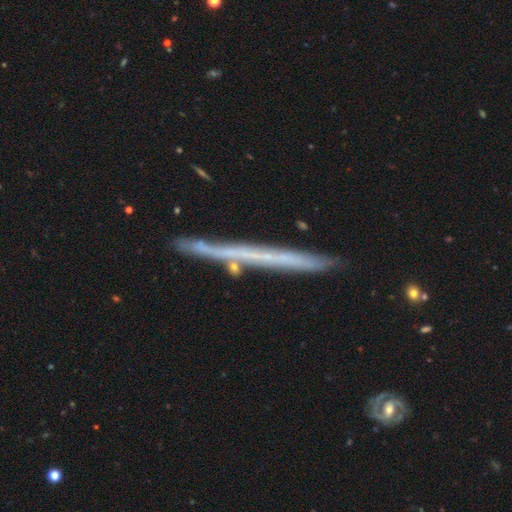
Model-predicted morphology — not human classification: Smooth or featured? featured or disk (60%)
Edge-on disk? yes (95%)
Edge-on bulge? none (92%)
Merging? none (85%)